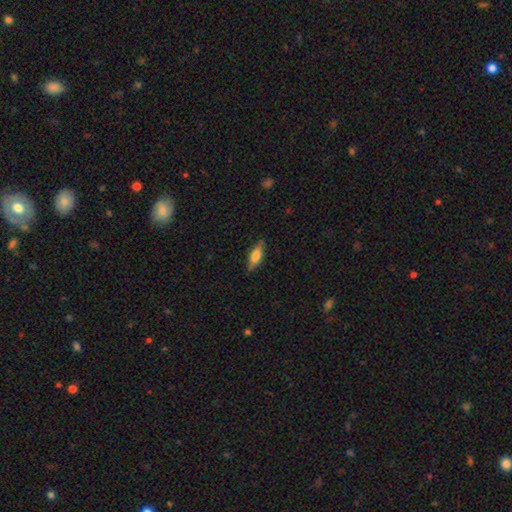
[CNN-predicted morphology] smooth_or_featured: smooth (p=0.52) [alt: featured or disk p=0.42]
how_rounded: in between (p=0.55) [alt: cigar-shaped p=0.42]
merging: none (p=0.82) [alt: minor disturbance p=0.14]